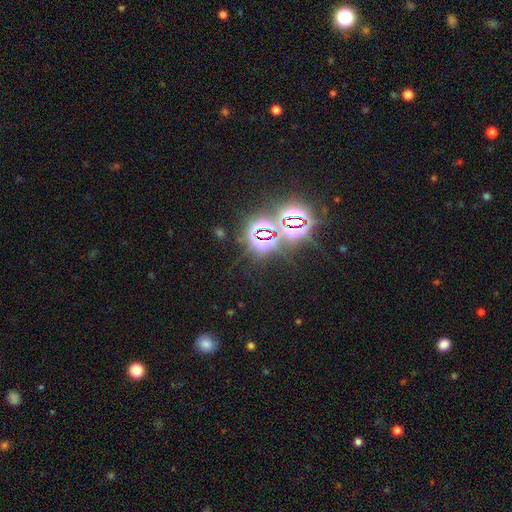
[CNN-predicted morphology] This is likely a star or artifact rather than a galaxy (79%).